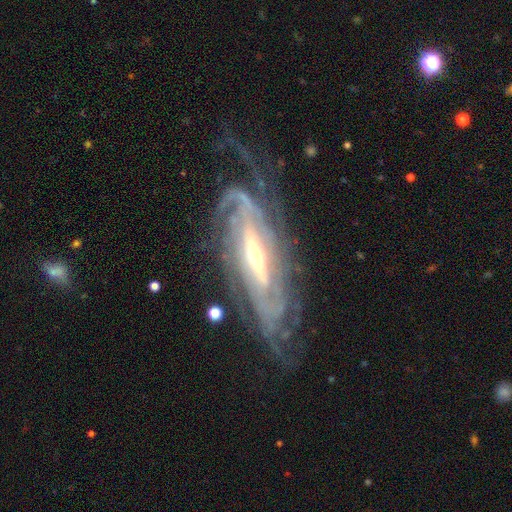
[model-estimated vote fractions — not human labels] The model was most divided on "bar": strong: 48%, weak: 31%, no: 21%. Remaining: spiral arms — yes (96%); smooth or featured — featured or disk (90%); edge-on disk — no (84%); spiral winding — tight (70%); merging — none (69%); bulge size — moderate (55%); spiral arm count — can't tell (34%).